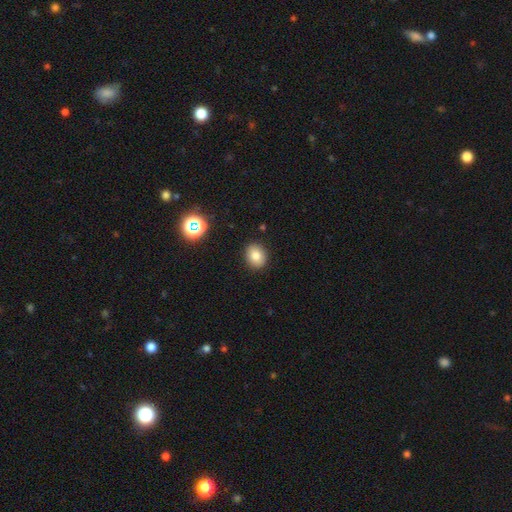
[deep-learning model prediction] smooth_or_featured: smooth (p=0.81) [alt: star or artifact p=0.11]
how_rounded: round (p=0.55) [alt: in between p=0.44]
merging: none (p=0.90) [alt: minor disturbance p=0.07]